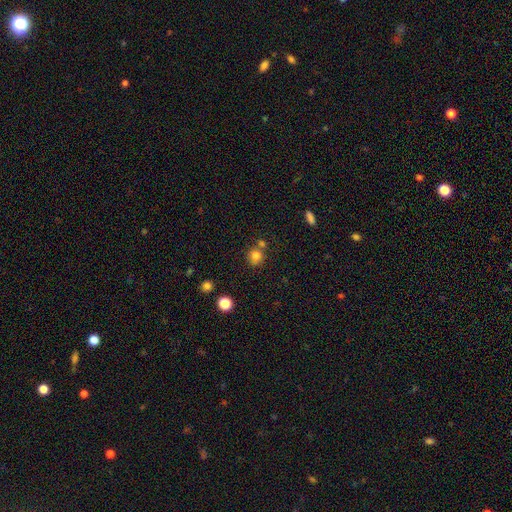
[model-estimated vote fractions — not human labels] Morphology: type=smooth (79%); roundness=round (84%); merging=none (65%).